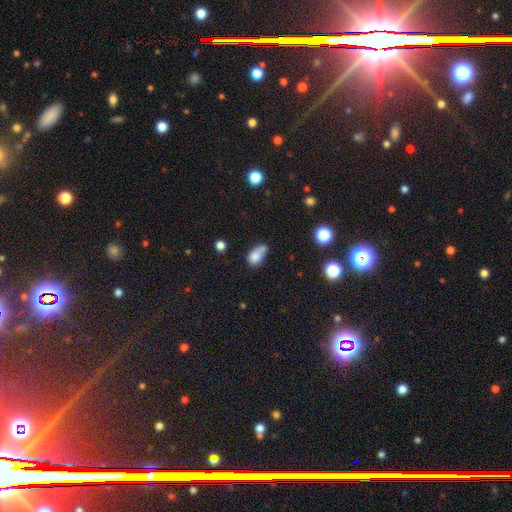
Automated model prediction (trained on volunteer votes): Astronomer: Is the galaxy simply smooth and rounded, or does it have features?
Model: smooth — 79%.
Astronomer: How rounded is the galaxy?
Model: in between — 83%.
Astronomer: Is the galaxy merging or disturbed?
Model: minor disturbance — 37% (runner-up: none, 34%).